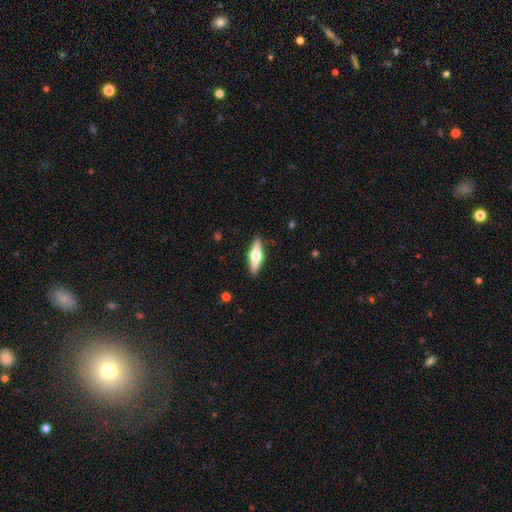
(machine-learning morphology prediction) Overall: featured or disk (59%; smooth 36%). Edge-on disk: yes (95%). Edge-on bulge: rounded (95%). Merging: none (90%).